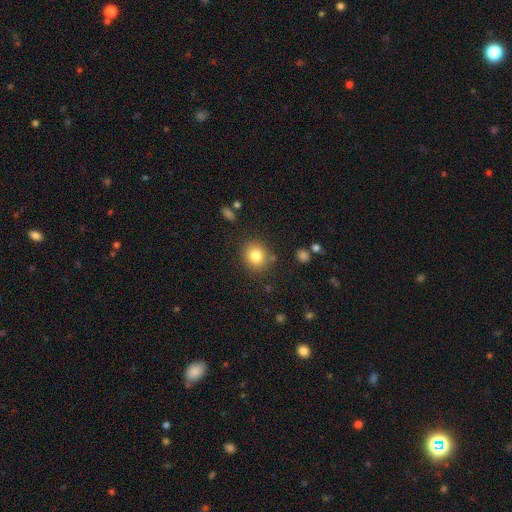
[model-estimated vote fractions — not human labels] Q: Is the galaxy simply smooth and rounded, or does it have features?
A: smooth — 81%.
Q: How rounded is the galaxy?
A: round — 82%.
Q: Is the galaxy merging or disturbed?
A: none — 85%.